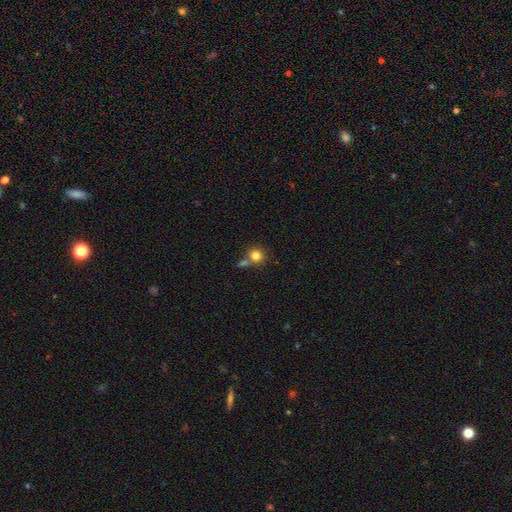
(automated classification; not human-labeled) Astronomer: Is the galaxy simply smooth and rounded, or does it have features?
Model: smooth — 82%.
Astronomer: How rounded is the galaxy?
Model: round — 88%.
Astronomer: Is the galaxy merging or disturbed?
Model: none — 61%.